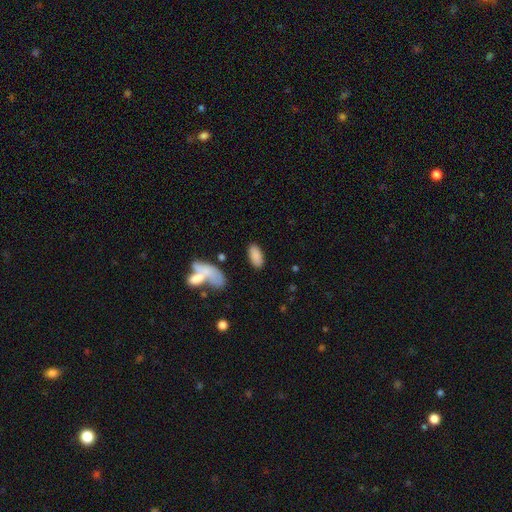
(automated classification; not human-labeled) This appears to be a smooth galaxy with no disk features (86%) that is in between round and cigar-shaped (89%). Merging: none (80%).